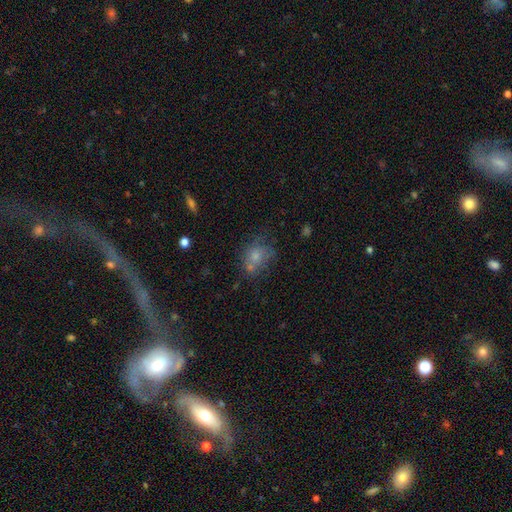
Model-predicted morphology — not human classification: smooth 54%, star or artifact 23%, featured or disk 23%. Down the decision tree: how rounded — round (55%); merging — none (50%).